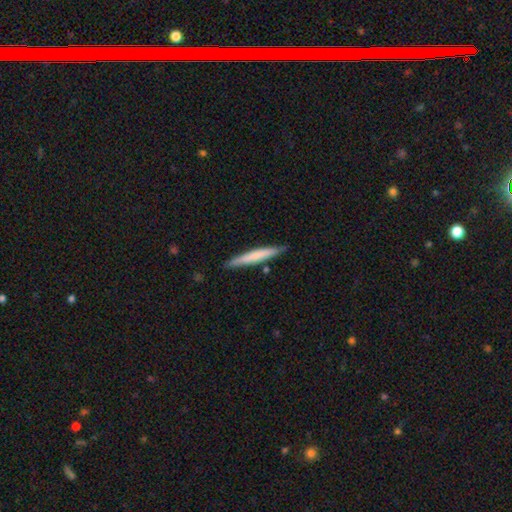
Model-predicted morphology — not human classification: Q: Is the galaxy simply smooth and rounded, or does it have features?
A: smooth — 62%.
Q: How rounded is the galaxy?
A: cigar-shaped — 95%.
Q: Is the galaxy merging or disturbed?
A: none — 86%.